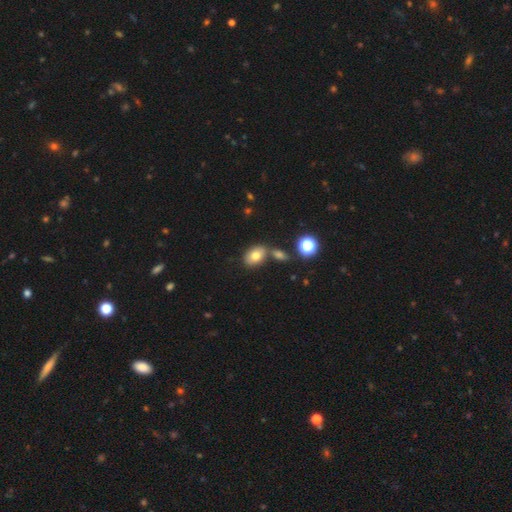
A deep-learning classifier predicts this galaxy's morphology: smooth-or-featured: smooth: 77% | featured or disk: 12% | star or artifact: 11%
  how-rounded: in between: 83% | round: 16% | cigar-shaped: 1%
  merging: none: 63% | merger: 21% | minor disturbance: 12% | major disturbance: 4%